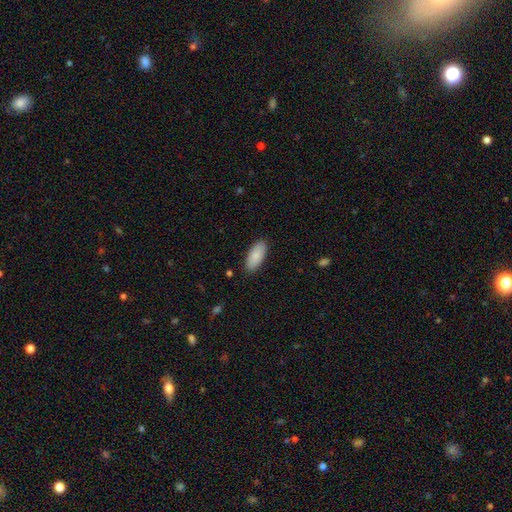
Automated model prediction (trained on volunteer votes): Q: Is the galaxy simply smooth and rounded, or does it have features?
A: smooth — 88%.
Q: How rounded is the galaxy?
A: in between — 89%.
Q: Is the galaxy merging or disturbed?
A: none — 87%.